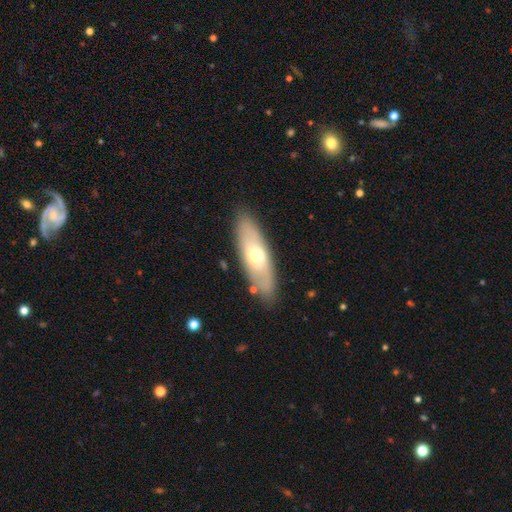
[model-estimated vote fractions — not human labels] The model was most divided on "smooth or featured": smooth: 51%, featured or disk: 42%, star or artifact: 6%. More confident: merging — none (85%); how rounded — in between (55%).